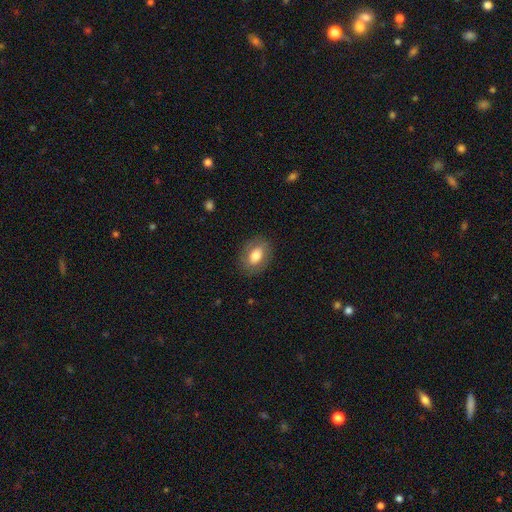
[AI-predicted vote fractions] Smooth or featured? Predicted: smooth (p=0.71). How rounded? Predicted: in between (p=0.79). Merging? Predicted: none (p=0.83).